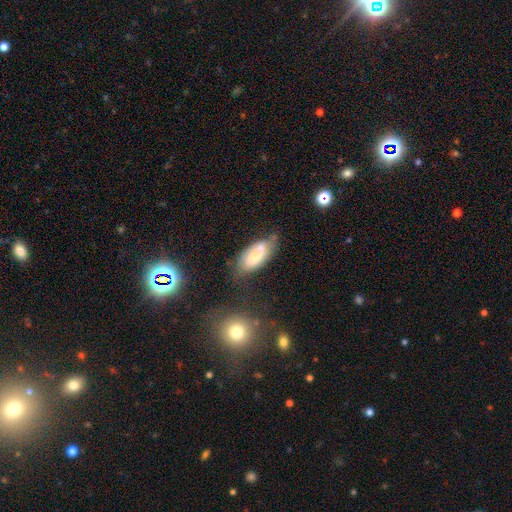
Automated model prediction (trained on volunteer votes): Smooth or featured? smooth (52%)
How rounded? in between (85%)
Merging? none (58%)